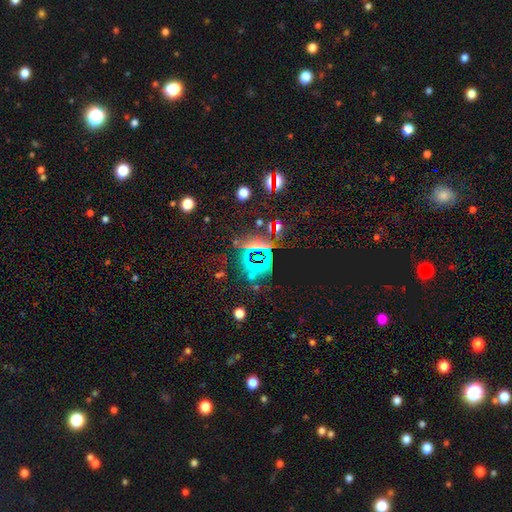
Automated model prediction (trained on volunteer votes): Smooth or featured: star or artifact — 78% (smooth — 13%)